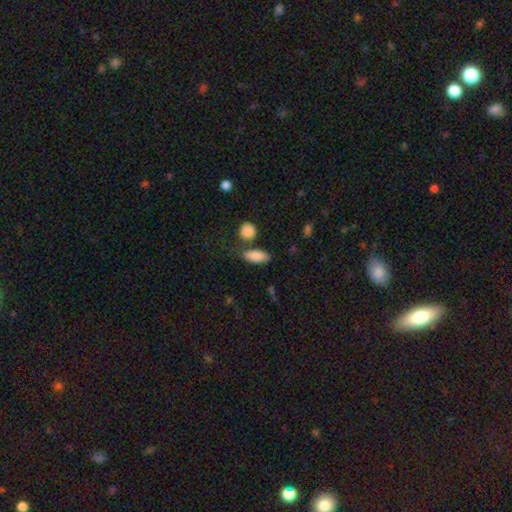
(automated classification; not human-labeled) Smooth or featured: smooth — 87% (star or artifact — 7%)
How rounded: in between — 80% (cigar-shaped — 15%)
Merging: none — 68% (minor disturbance — 15%)